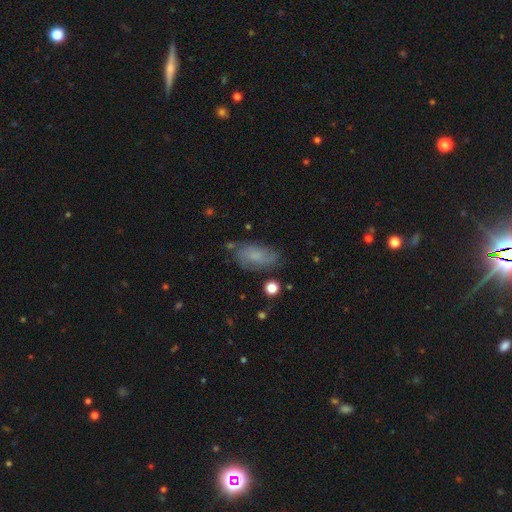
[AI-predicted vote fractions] Smooth or featured? Predicted: smooth (p=0.55). How rounded? Predicted: in between (p=0.88). Merging? Predicted: none (p=0.64).